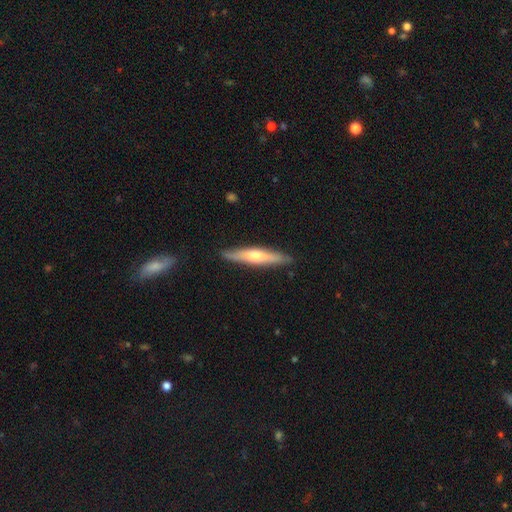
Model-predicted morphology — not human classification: This is possibly a featured or disk galaxy (51%). It is clearly viewed edge-on (91%). Merging: clearly none (87%).